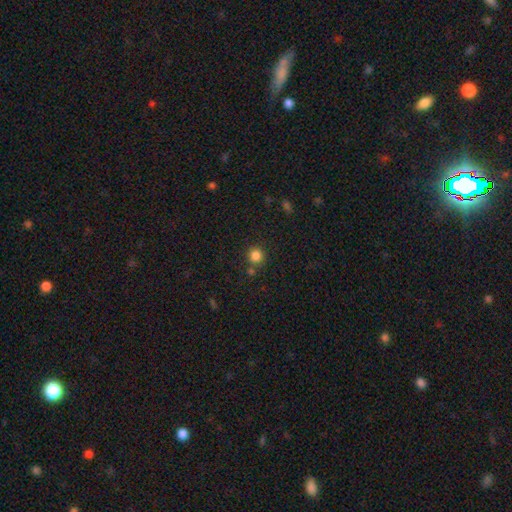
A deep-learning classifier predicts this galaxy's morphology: The model was most divided on "merging": none: 77%, merger: 11%, minor disturbance: 9%, major disturbance: 3%. More confident: how rounded — round (91%); smooth or featured — smooth (83%).